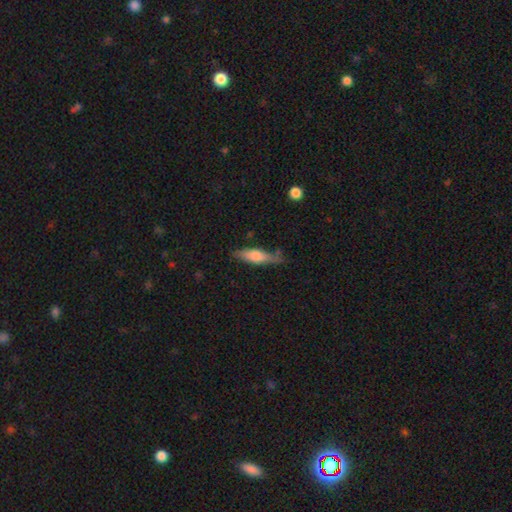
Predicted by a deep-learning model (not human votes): smooth_or_featured: smooth (p=0.60) [alt: featured or disk p=0.34]
how_rounded: cigar-shaped (p=0.69) [alt: in between p=0.29]
merging: none (p=0.69) [alt: minor disturbance p=0.22]